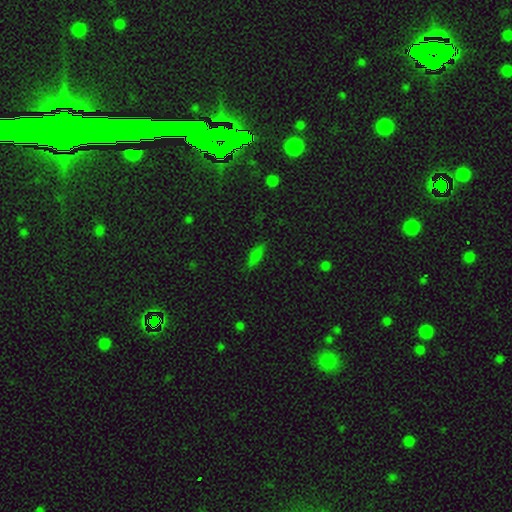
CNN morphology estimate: This appears to be a smooth galaxy with no disk features (74%) that is in between round and cigar-shaped (54%). Merging: none (81%).